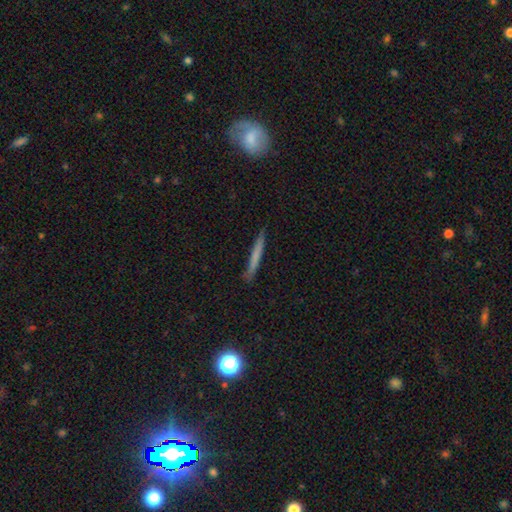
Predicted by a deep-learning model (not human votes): smooth-or-featured: smooth: 66% | featured or disk: 27% | star or artifact: 7%
  how-rounded: cigar-shaped: 96% | in between: 2% | round: 1%
  merging: none: 88% | minor disturbance: 9% | major disturbance: 2% | merger: 1%